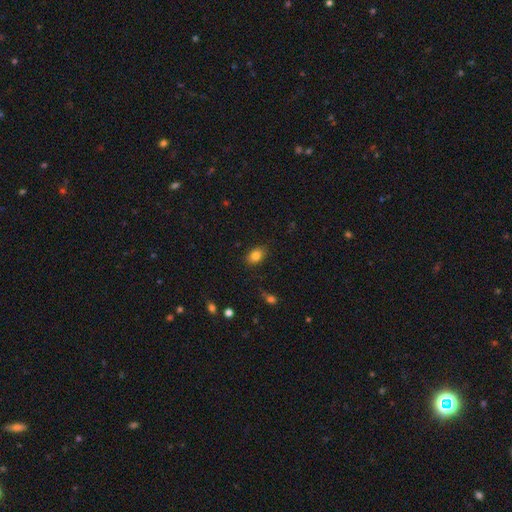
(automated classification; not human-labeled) smooth 83%, star or artifact 10%, featured or disk 7%. Down the decision tree: how rounded — in between (77%); merging — none (85%).